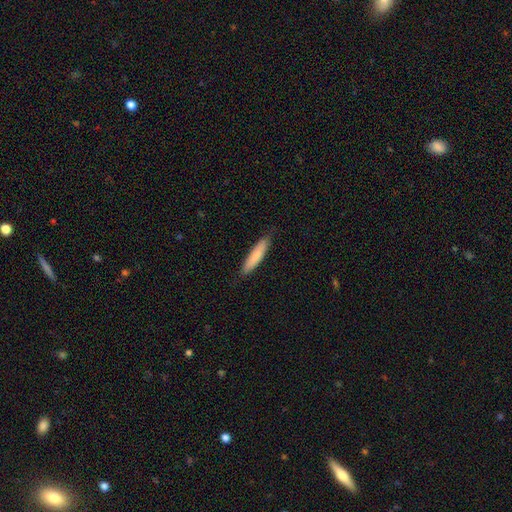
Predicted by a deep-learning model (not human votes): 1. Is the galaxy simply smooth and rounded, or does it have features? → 82% smooth, 13% featured or disk, 5% star or artifact.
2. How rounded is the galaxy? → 84% cigar-shaped, 14% in between, 1% round.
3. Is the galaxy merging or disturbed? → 86% none, 11% minor disturbance, 2% major disturbance, 1% merger.